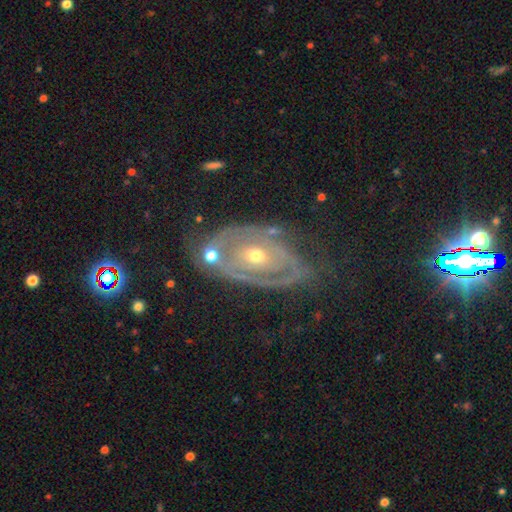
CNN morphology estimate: smooth-or-featured: featured or disk: 78% | smooth: 13% | star or artifact: 9%
  disk-edge-on: no: 95% | yes: 5%
    bar: no: 77% | weak: 17% | strong: 6%
    has-spiral-arms: yes: 72% | no: 28%
      spiral-winding: tight: 66% | medium: 24% | loose: 9%
      spiral-arm-count: 2: 37% | can't tell: 36% | 1: 10% | 3: 8% | 4: 4% | more than 4: 4%
    bulge-size: small: 49% | moderate: 47% | large: 2% | none: 1% | dominant: 1%
  merging: none: 56% | minor disturbance: 22% | major disturbance: 14% | merger: 9%